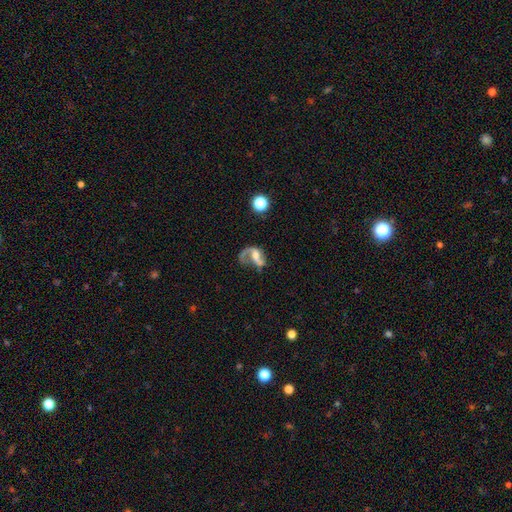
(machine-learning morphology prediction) featured or disk 81%, smooth 12%, star or artifact 7%. Down the decision tree: edge-on disk — no (97%); bar — weak (43%); spiral arms — yes (90%); spiral arm count — 2 (62%); spiral winding — loose (63%); bulge size — moderate (50%); merging — none (40%).